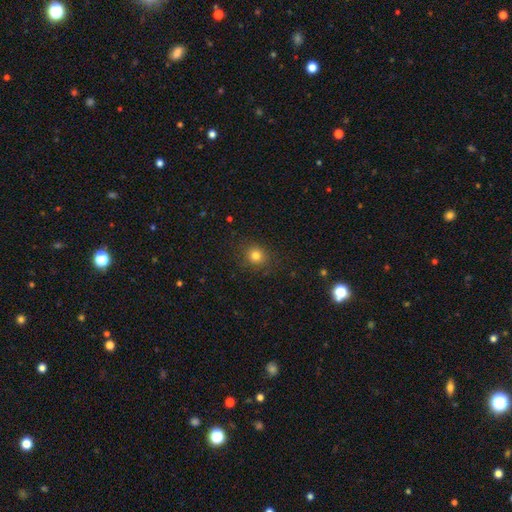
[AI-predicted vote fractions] Smooth or featured? smooth (80%)
How rounded? round (82%)
Merging? none (86%)